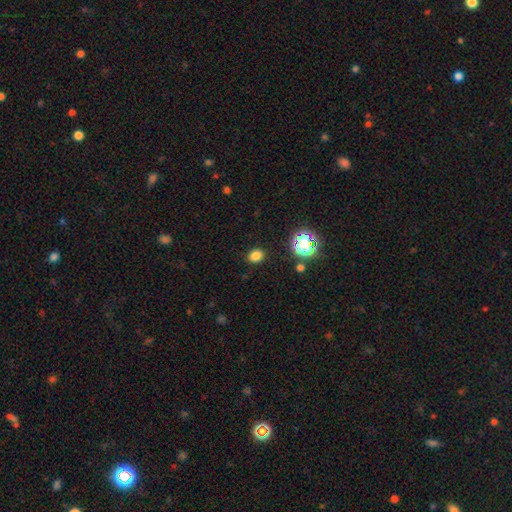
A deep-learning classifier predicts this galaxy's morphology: A smooth galaxy with no disk features (79%) that is in between round and cigar-shaped (50%). Merging: none (88%).